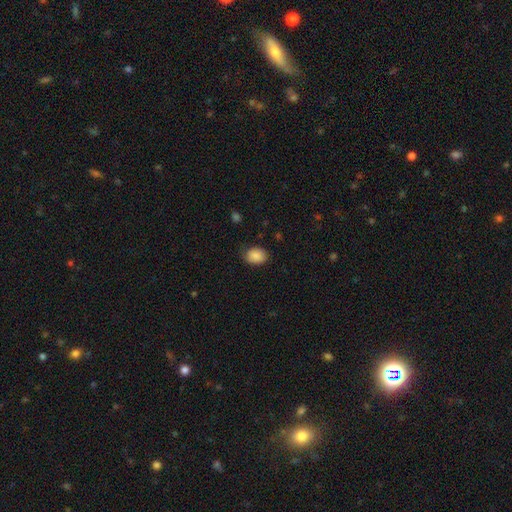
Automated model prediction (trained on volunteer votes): The model was most divided on "how rounded": in between: 63%, round: 36%, cigar-shaped: 1%. More confident: smooth or featured — smooth (88%); merging — none (75%).